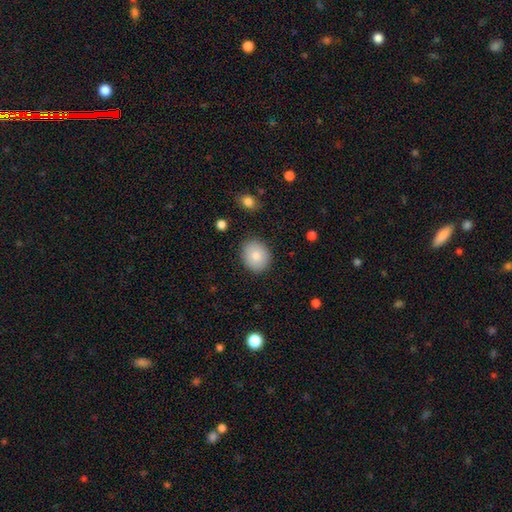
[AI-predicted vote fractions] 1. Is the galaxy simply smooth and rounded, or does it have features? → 84% smooth, 9% featured or disk, 7% star or artifact.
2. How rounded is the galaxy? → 58% round, 41% in between, 1% cigar-shaped.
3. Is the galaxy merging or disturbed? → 87% none, 10% minor disturbance, 2% major disturbance, 1% merger.